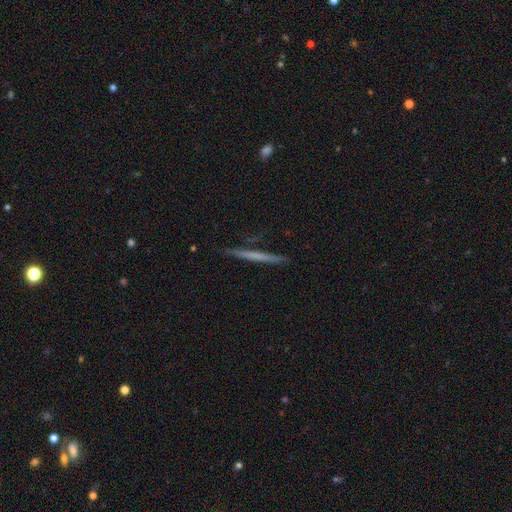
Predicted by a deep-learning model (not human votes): This appears to be a featured or disk galaxy (48%). Merging: none (89%).